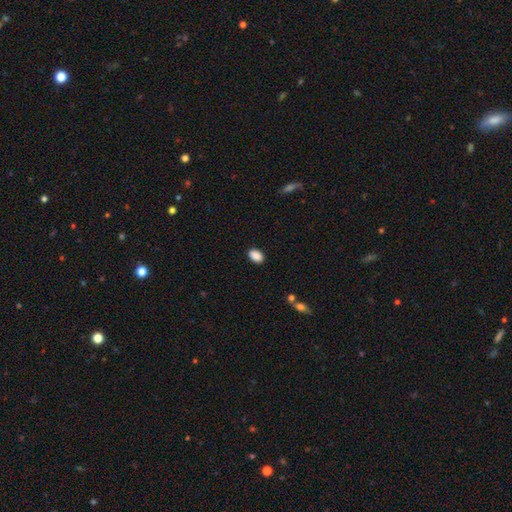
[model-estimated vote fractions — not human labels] Q: Smooth or featured?
A: smooth (89%); runner-up: star or artifact (8%)
Q: How rounded?
A: in between (85%); runner-up: round (14%)
Q: Merging?
A: none (88%); runner-up: minor disturbance (9%)